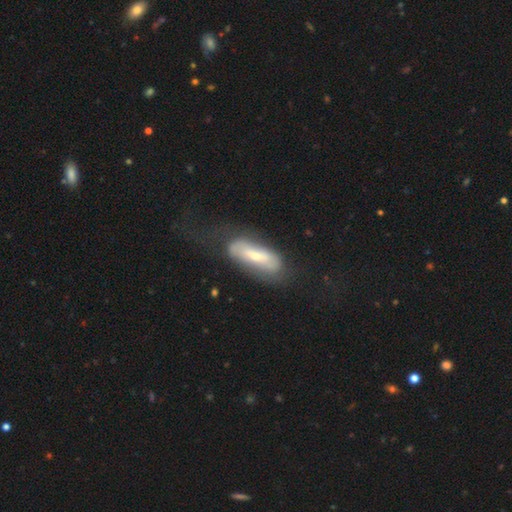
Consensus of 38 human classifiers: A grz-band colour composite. It shows a featured or disk galaxy (63%) with a weak bar (41%, tied with no), no spiral arms (76%) and a moderate central bulge (47%). Merging: none (47%).